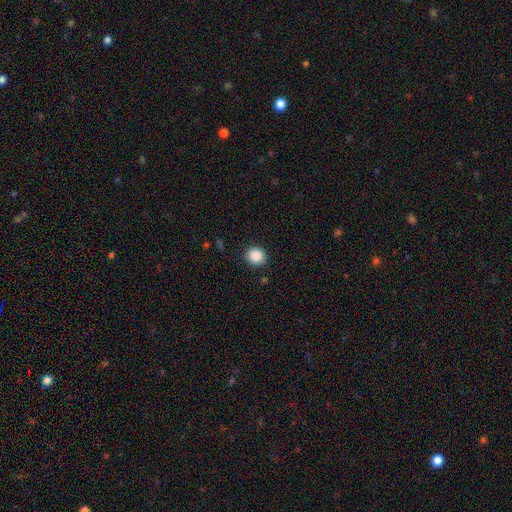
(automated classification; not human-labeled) A smooth galaxy with no disk features (88%) that is round (85%).

Vote fractions:
- Smooth or featured? smooth: 88% / star or artifact: 9% / featured or disk: 3%
- How rounded? round: 85% / in between: 14% / cigar-shaped: 1%
- Merging? none: 89% / minor disturbance: 7% / major disturbance: 2% / merger: 1%